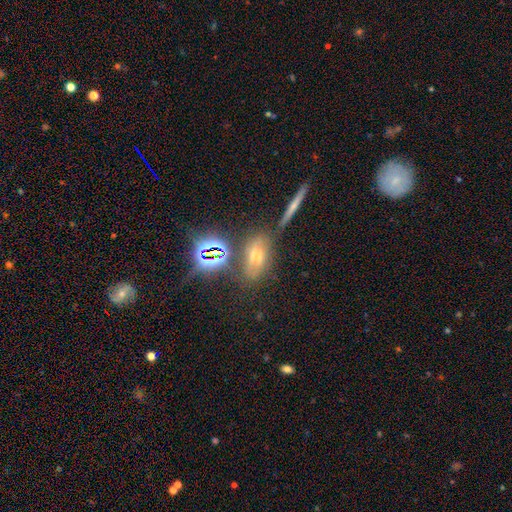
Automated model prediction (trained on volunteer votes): Q: Smooth or featured?
A: smooth (38%); tied with: star or artifact (38%)
Q: Merging?
A: none (68%); runner-up: minor disturbance (17%)